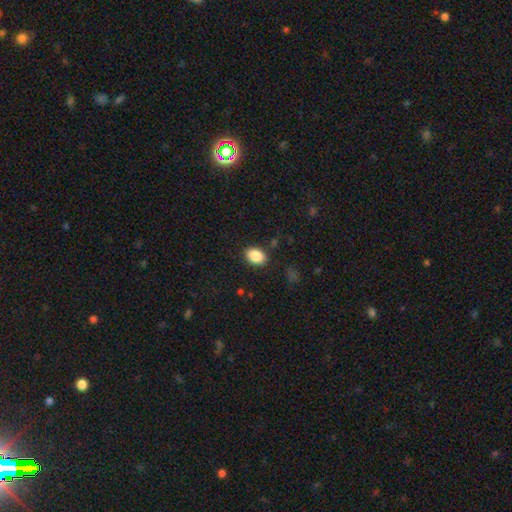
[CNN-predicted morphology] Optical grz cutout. It shows a smooth galaxy with no disk features (88%) that is in between round and cigar-shaped (79%). Merging: none (87%).